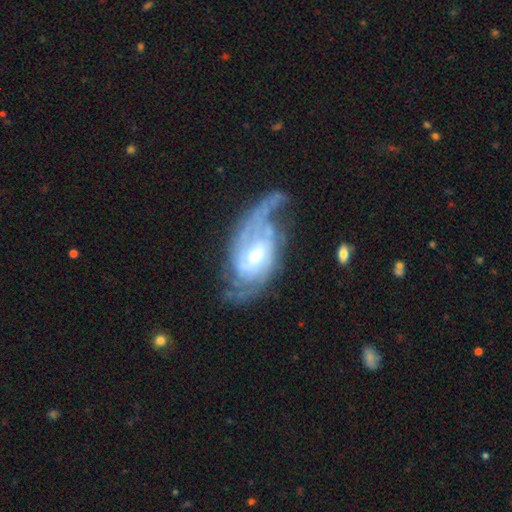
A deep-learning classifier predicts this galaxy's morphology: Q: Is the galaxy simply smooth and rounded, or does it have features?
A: featured or disk — 87%.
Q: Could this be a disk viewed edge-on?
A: no — 95%.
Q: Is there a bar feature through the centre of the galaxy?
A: no — 43%.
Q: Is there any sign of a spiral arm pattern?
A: yes — 95%.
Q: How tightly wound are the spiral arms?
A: medium — 42%.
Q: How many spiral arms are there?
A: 2 — 62%.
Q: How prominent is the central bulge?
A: moderate — 57%.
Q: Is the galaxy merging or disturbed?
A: none — 56%.